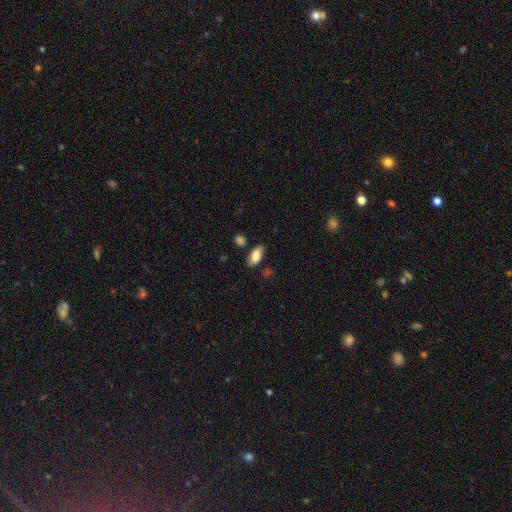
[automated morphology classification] type=smooth (79%); roundness=in between (91%); merging=none (76%).